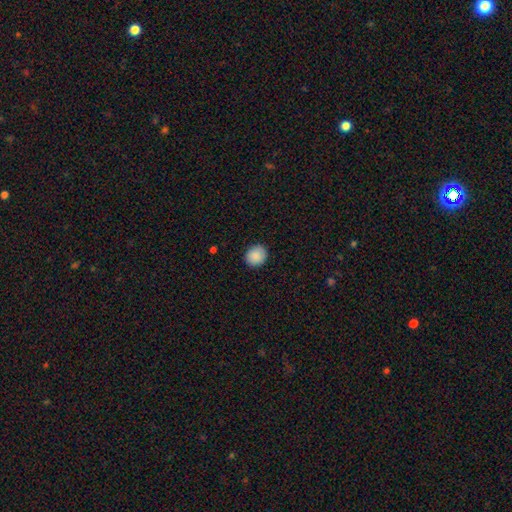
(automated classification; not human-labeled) A smooth galaxy with no disk features (89%) that is round (75%).

Vote fractions:
- Smooth or featured? smooth: 89% / star or artifact: 8% / featured or disk: 3%
- How rounded? round: 75% / in between: 24% / cigar-shaped: 1%
- Merging? none: 90% / minor disturbance: 7% / major disturbance: 2% / merger: 1%